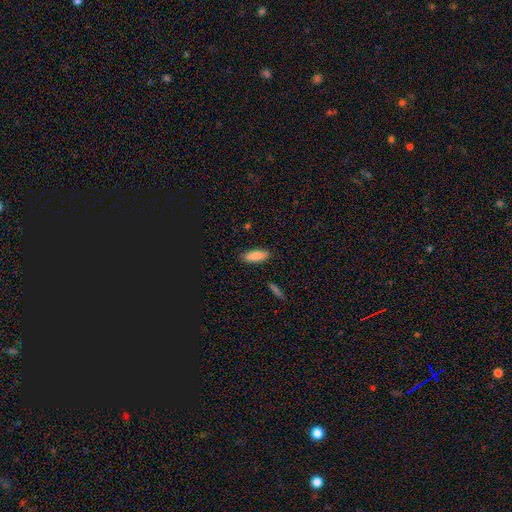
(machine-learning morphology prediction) The model was most divided on "how rounded": in between: 70%, cigar-shaped: 28%, round: 2%. More confident: smooth or featured — smooth (86%); merging — none (86%).